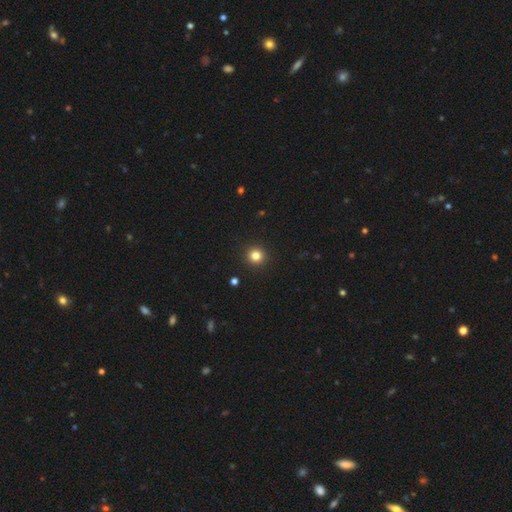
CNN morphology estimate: smooth-or-featured: smooth: 82% | star or artifact: 13% | featured or disk: 5%
  how-rounded: round: 94% | in between: 5% | cigar-shaped: 1%
  merging: none: 93% | minor disturbance: 4% | major disturbance: 2% | merger: 1%